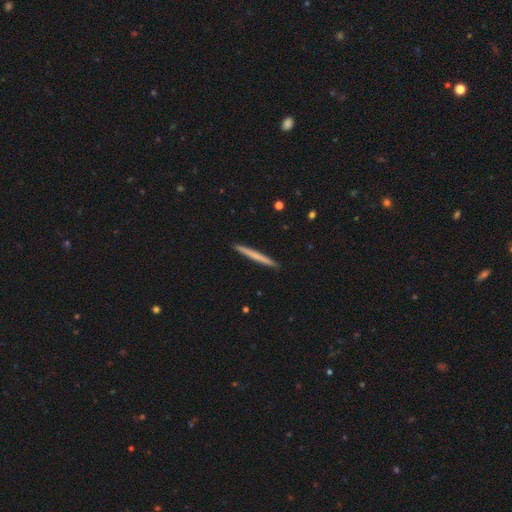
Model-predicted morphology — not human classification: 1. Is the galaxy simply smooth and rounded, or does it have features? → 61% smooth, 34% featured or disk, 5% star or artifact.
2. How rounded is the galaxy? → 97% cigar-shaped, 2% in between, 1% round.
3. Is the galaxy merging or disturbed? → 93% none, 5% minor disturbance, 1% major disturbance, 1% merger.